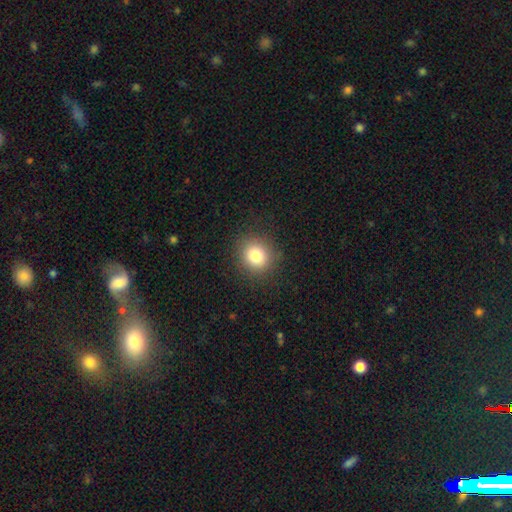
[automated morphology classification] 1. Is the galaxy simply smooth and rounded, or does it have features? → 81% smooth, 12% star or artifact, 8% featured or disk.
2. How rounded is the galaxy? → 82% round, 17% in between, 1% cigar-shaped.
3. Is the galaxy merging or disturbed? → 88% none, 8% minor disturbance, 3% major disturbance, 1% merger.